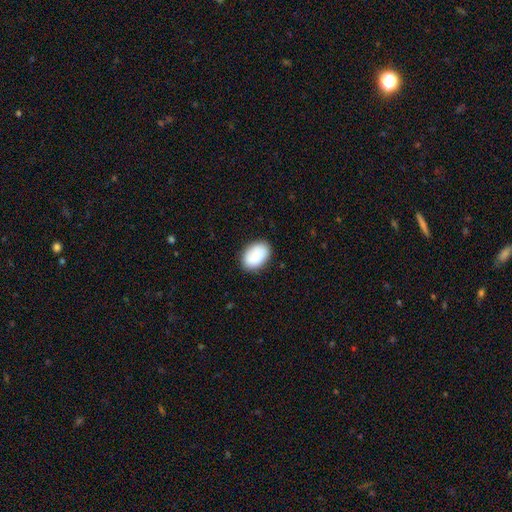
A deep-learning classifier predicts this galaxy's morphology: type=smooth (88%); roundness=in between (86%); merging=none (85%).